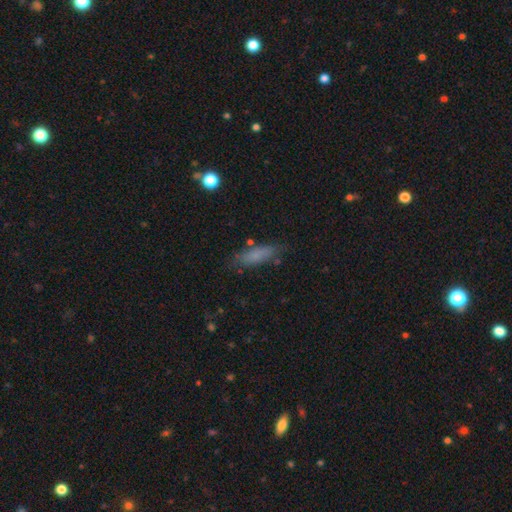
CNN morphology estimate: A smooth galaxy with no disk features (75%) that is cigar-shaped (57%).

Vote fractions:
- Smooth or featured? smooth: 75% / featured or disk: 15% / star or artifact: 10%
- How rounded? cigar-shaped: 57% / in between: 41% / round: 2%
- Merging? none: 75% / minor disturbance: 18% / major disturbance: 5% / merger: 3%